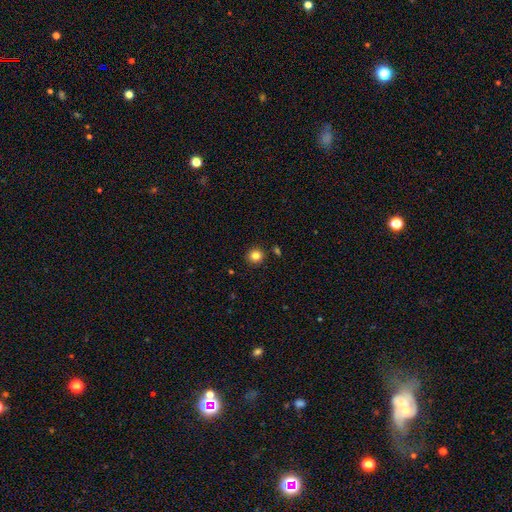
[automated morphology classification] smooth 83%, star or artifact 12%, featured or disk 5%. Down the decision tree: how rounded — round (91%); merging — none (90%).